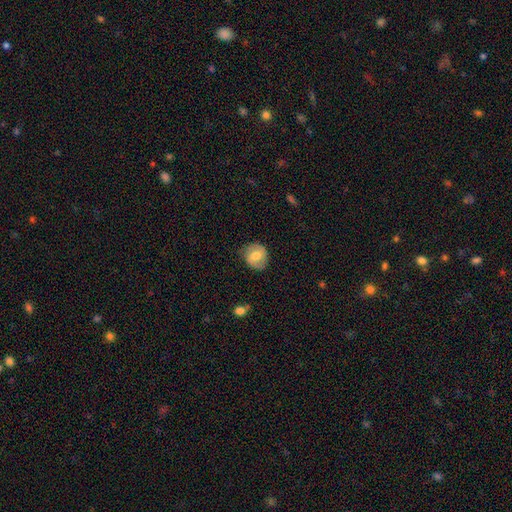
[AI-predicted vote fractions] smooth_or_featured: smooth (p=0.56) [alt: featured or disk p=0.37]
how_rounded: round (p=0.77) [alt: in between p=0.22]
merging: none (p=0.75) [alt: minor disturbance p=0.18]